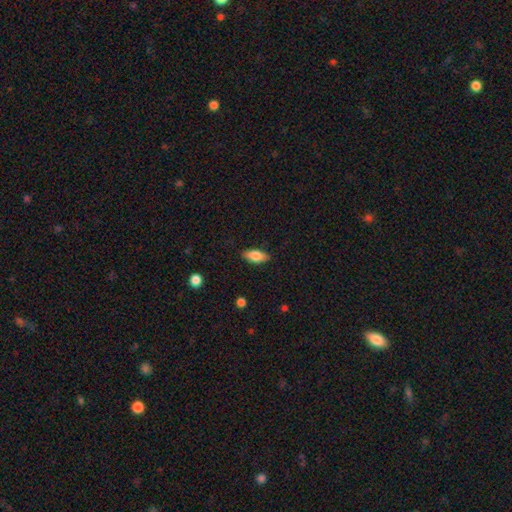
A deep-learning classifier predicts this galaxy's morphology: Overall: smooth (80%). How rounded: in between (85%). Merging: none (85%).